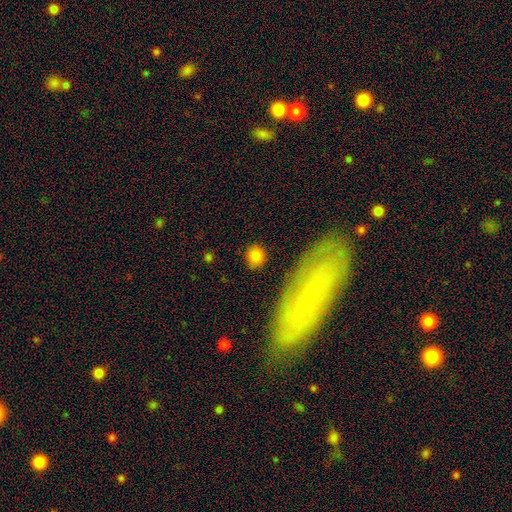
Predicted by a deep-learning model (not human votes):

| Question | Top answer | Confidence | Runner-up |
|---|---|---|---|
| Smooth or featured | smooth | 84% | star or artifact (9%) |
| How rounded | round | 81% | in between (17%) |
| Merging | none | 86% | minor disturbance (8%) |